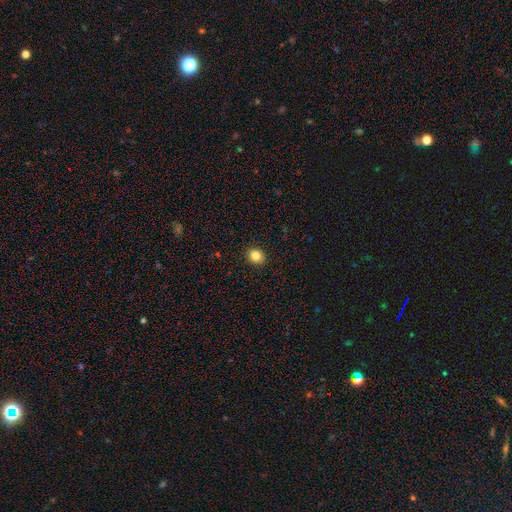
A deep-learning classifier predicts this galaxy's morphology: The model was most divided on "how rounded": round: 66%, in between: 33%, cigar-shaped: 1%. More confident: merging — none (91%); smooth or featured — smooth (84%).